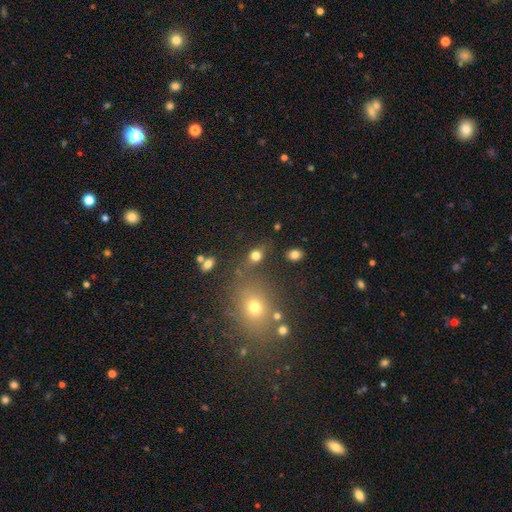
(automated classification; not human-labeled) Smooth or featured?
  - smooth: 75% *
  - star or artifact: 15%
  - featured or disk: 9%
How rounded?
  - round: 52% *
  - in between: 46%
  - cigar-shaped: 2%
Merging?
  - none: 66% *
  - minor disturbance: 14%
  - merger: 13%
  - major disturbance: 7%